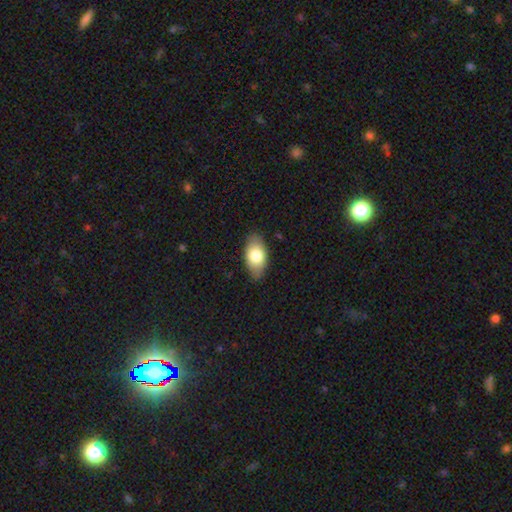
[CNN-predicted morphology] Smooth or featured: smooth — 77% (featured or disk — 17%)
How rounded: in between — 93% (round — 5%)
Merging: none — 83% (minor disturbance — 13%)